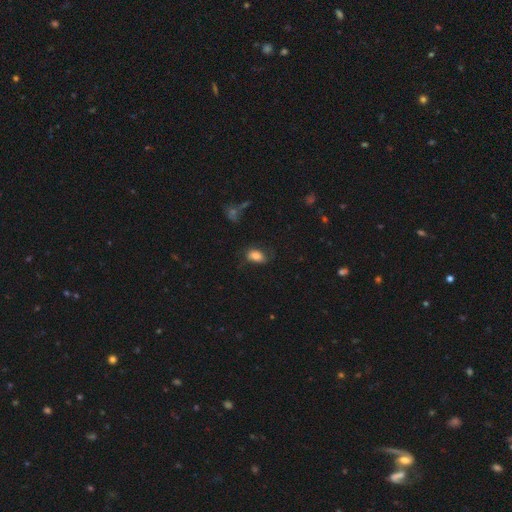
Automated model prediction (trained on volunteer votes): Morphology: type=smooth (82%); roundness=in between (87%); merging=none (66%).